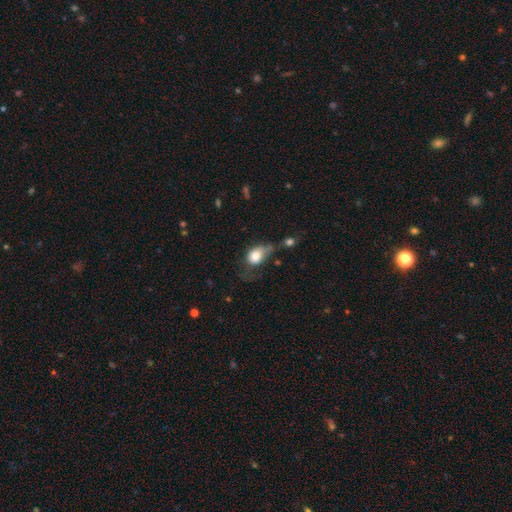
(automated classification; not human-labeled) This is likely a smooth galaxy (76%). How rounded: likely in between (65%). Merging: marginally major disturbance (35%).